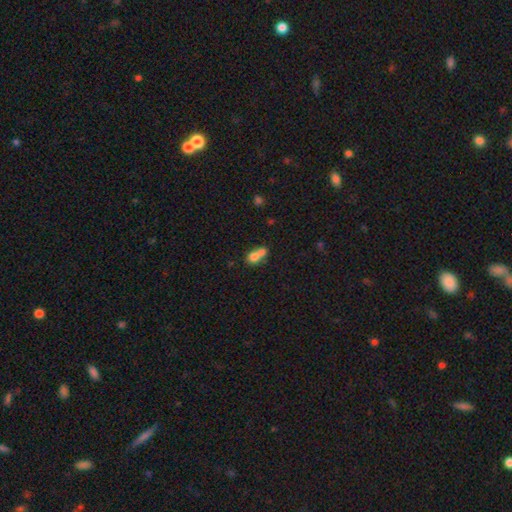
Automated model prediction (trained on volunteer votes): Smooth or featured? smooth (73%)
How rounded? round (58%)
Merging? merger (67%)